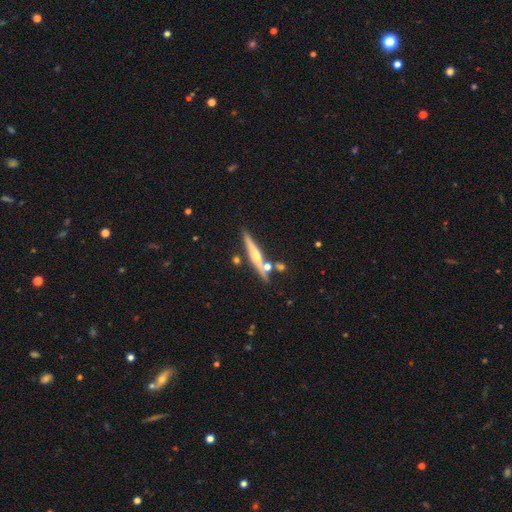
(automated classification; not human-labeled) Smooth or featured? Predicted: featured or disk (p=0.69). Edge-on disk? Predicted: yes (p=0.96). Edge-on bulge? Predicted: rounded (p=0.88). Merging? Predicted: none (p=0.75).